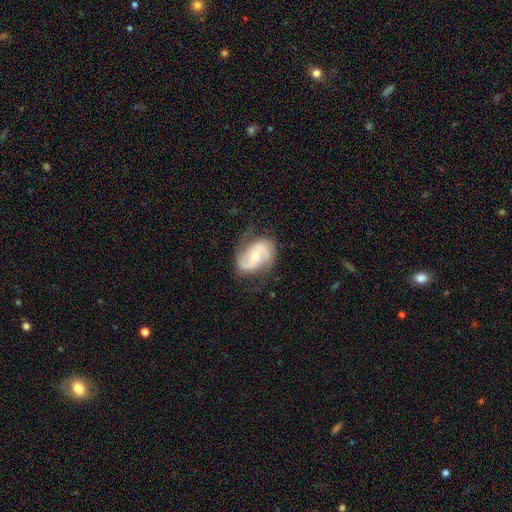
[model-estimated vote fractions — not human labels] Morphology: type=featured or disk (82%); edge-on=no (97%); bar=weak (45%); spiral arms=yes (95%); winding=medium (47%); arm count=2 (88%); bulge=moderate (51%); merging=none (68%).